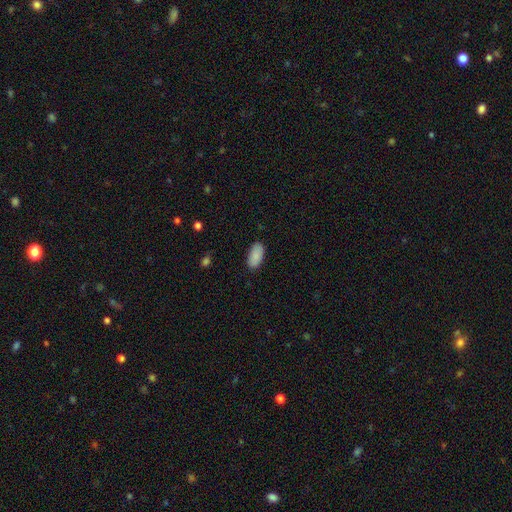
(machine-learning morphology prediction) This appears to be a smooth galaxy with no disk features (90%) that is in between round and cigar-shaped (94%). Merging: none (86%).